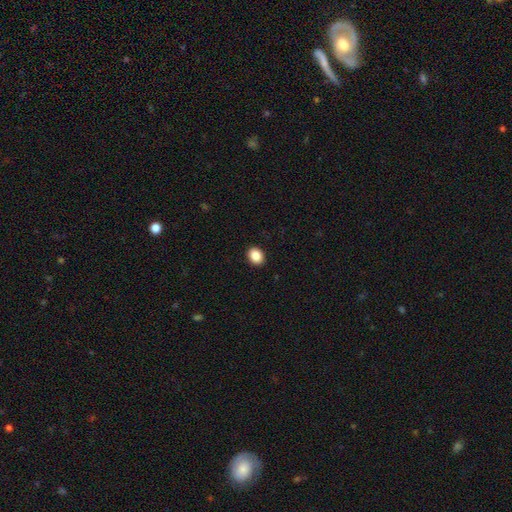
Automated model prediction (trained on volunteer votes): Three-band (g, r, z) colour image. It shows a smooth galaxy with no disk features (88%) that is in between round and cigar-shaped (53%). Merging: none (92%).